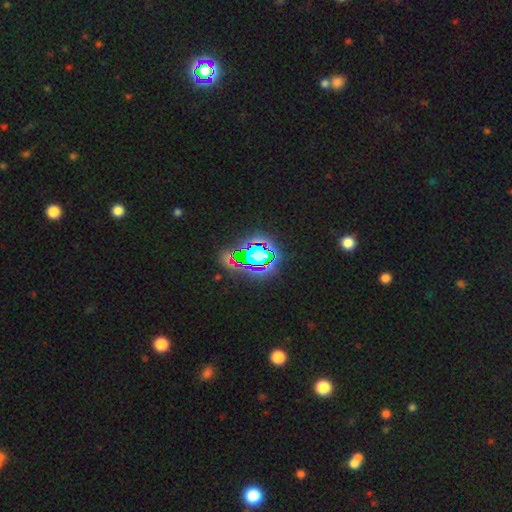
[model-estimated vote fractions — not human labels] This is likely a star or artifact rather than a galaxy (61%).